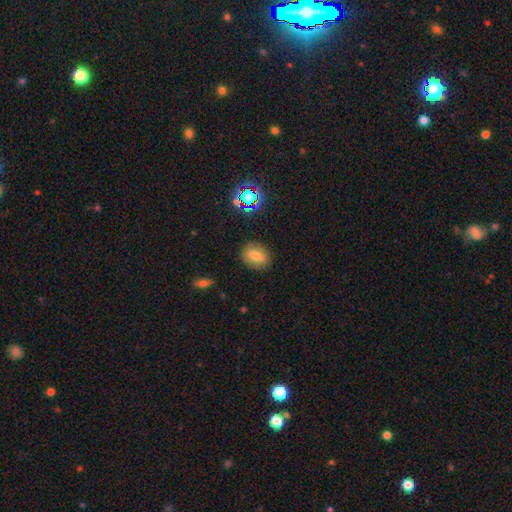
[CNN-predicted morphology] Overall: smooth (72%). How rounded: in between (53%; round 45%). Merging: none (85%).